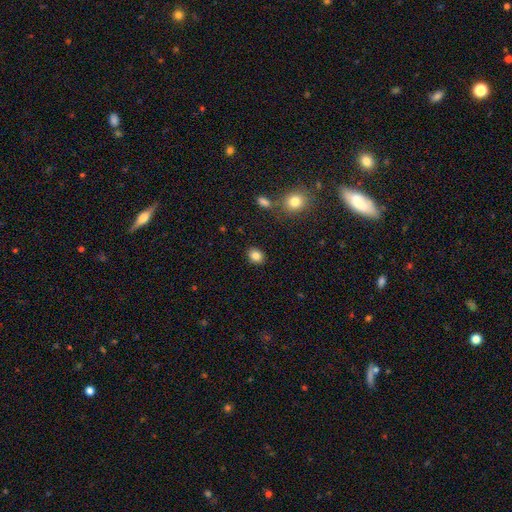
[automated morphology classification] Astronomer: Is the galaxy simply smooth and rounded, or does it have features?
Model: smooth — 85%.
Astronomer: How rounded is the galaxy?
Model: round — 53% (runner-up: in between, 46%).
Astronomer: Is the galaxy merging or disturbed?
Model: none — 87%.